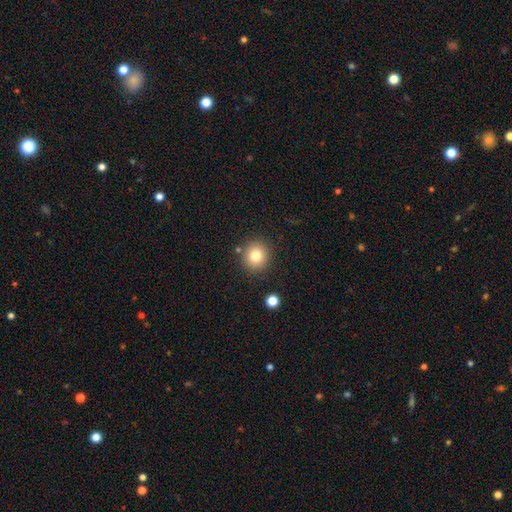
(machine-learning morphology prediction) smooth-or-featured: smooth: 80% | star or artifact: 12% | featured or disk: 8%
  how-rounded: round: 89% | in between: 10% | cigar-shaped: 1%
  merging: none: 86% | minor disturbance: 7% | merger: 4% | major disturbance: 3%